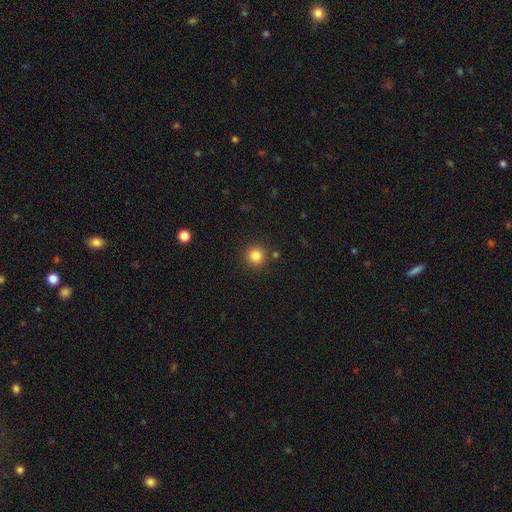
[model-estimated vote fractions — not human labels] Smooth or featured? Predicted: smooth (p=0.83). How rounded? Predicted: round (p=0.95). Merging? Predicted: none (p=0.88).